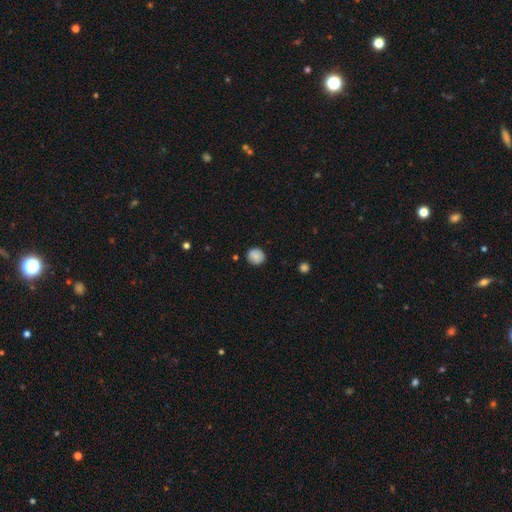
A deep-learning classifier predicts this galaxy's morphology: Smooth or featured? smooth (86%)
How rounded? round (87%)
Merging? none (86%)